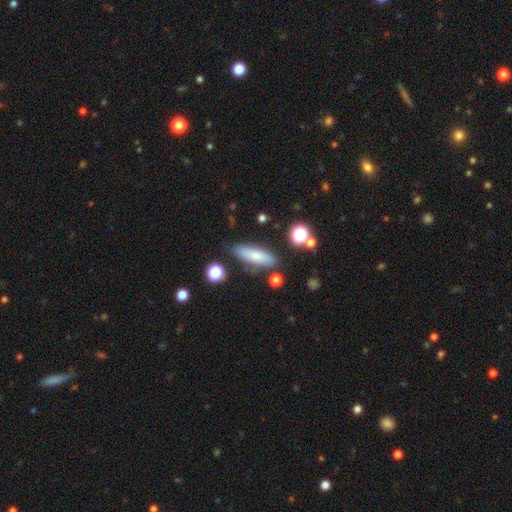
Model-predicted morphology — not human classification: The model was most divided on "how rounded": cigar-shaped: 52%, in between: 45%, round: 3%. More confident: merging — none (79%); smooth or featured — smooth (73%).